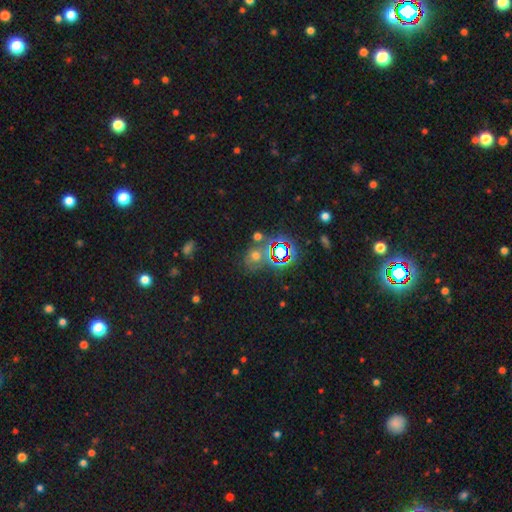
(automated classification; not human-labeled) Smooth or featured: star or artifact — 44% (smooth — 42%)